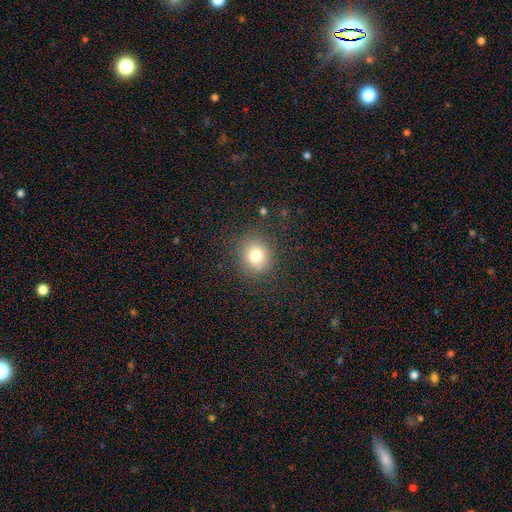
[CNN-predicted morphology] Smooth or featured?
  - smooth: 77% *
  - star or artifact: 13%
  - featured or disk: 10%
How rounded?
  - round: 80% *
  - in between: 19%
  - cigar-shaped: 1%
Merging?
  - none: 84% *
  - minor disturbance: 10%
  - major disturbance: 4%
  - merger: 1%